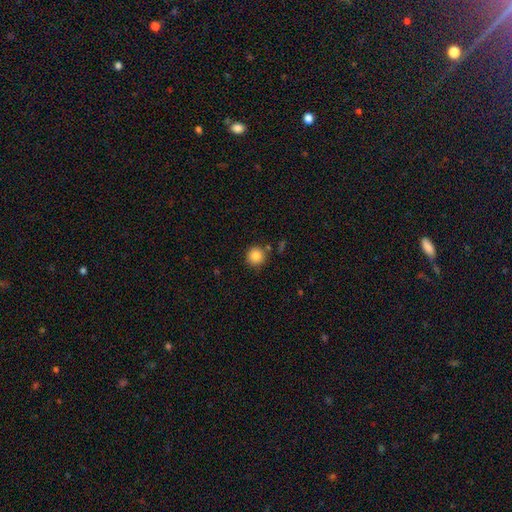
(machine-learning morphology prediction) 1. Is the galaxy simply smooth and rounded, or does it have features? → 86% smooth, 10% star or artifact, 4% featured or disk.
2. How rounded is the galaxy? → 93% round, 6% in between, 1% cigar-shaped.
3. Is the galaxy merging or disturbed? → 84% none, 9% minor disturbance, 5% merger, 3% major disturbance.